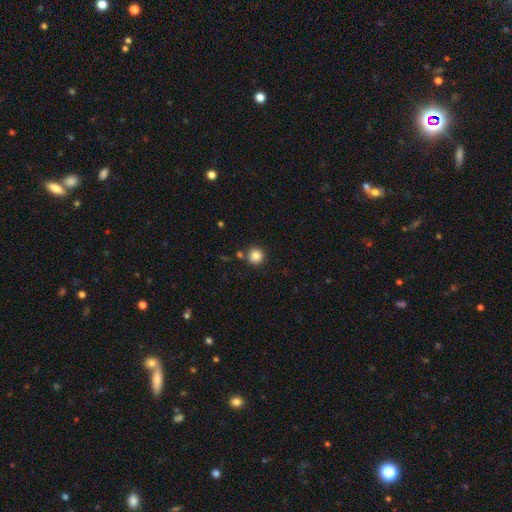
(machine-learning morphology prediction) A smooth galaxy with no disk features (85%) that is round (94%). Merging: none (82%).